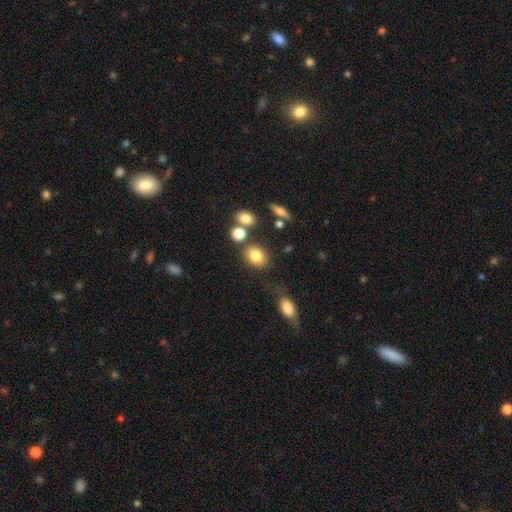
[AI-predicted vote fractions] Smooth or featured? Predicted: smooth (p=0.81). How rounded? Predicted: round (p=0.55). Merging? Predicted: none (p=0.71).